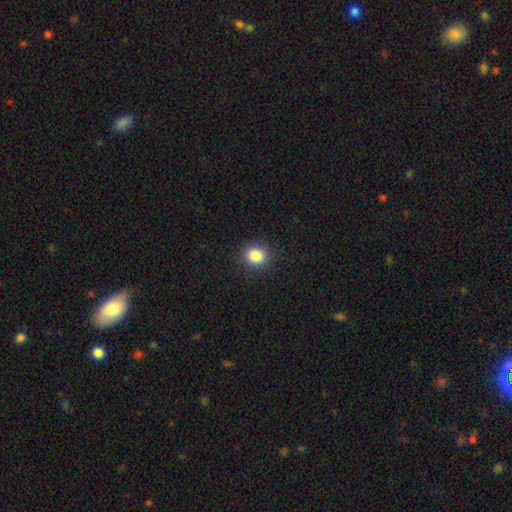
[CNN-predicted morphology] Q: Smooth or featured?
A: smooth (85%); runner-up: star or artifact (11%)
Q: How rounded?
A: round (79%); runner-up: in between (20%)
Q: Merging?
A: none (90%); runner-up: minor disturbance (7%)